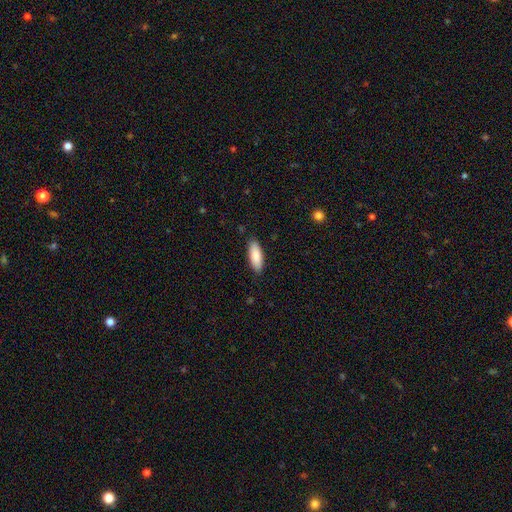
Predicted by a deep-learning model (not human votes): Morphology: type=smooth (87%); roundness=in between (67%); merging=none (87%).